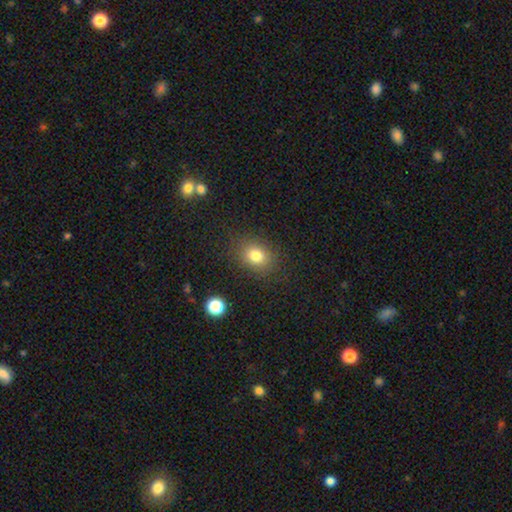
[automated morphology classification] Smooth or featured? smooth (80%)
How rounded? round (51%)
Merging? none (84%)